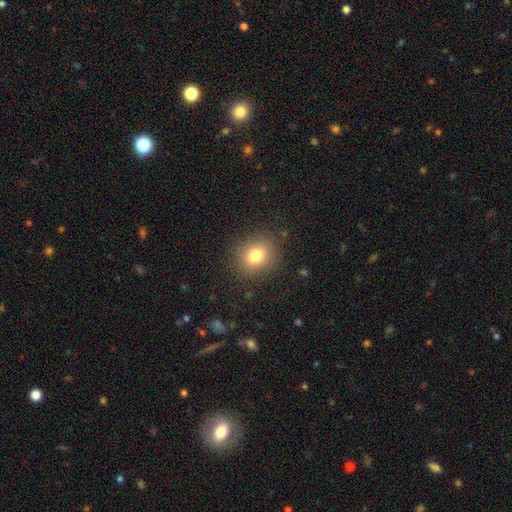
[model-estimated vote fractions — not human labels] This appears to be a smooth galaxy with no disk features (79%) that is round (63%). Merging: none (86%).